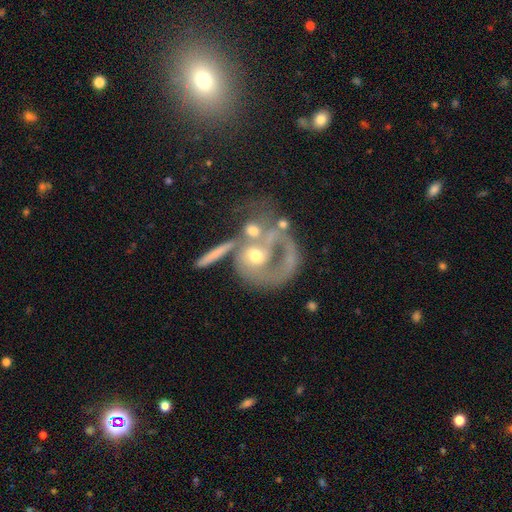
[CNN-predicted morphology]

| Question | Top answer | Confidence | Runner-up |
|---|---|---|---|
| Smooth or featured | featured or disk | 66% | smooth (25%) |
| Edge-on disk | no | 95% | yes (5%) |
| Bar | no | 77% | weak (17%) |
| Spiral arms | yes | 55% | no (45%) |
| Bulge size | moderate | 61% | small (23%) |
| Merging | merger | 38% | major disturbance (28%) |